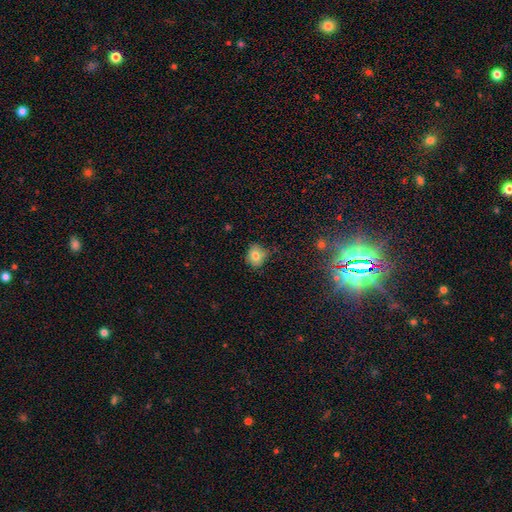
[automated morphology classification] Q: Smooth or featured?
A: smooth (78%); runner-up: star or artifact (11%)
Q: How rounded?
A: round (69%); runner-up: in between (30%)
Q: Merging?
A: none (73%); runner-up: minor disturbance (22%)